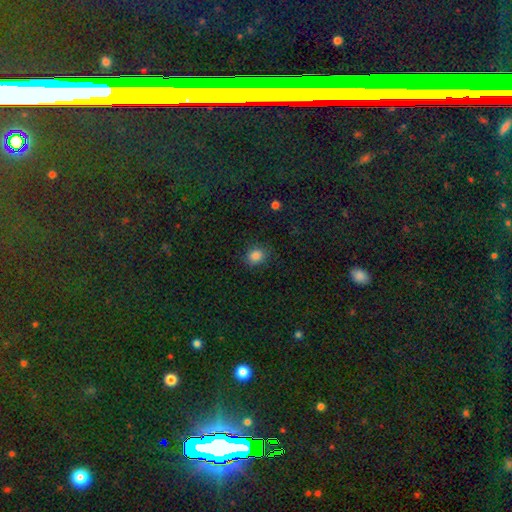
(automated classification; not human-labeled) This is clearly a smooth galaxy (84%). How rounded: likely round (63%). Merging: clearly none (85%).